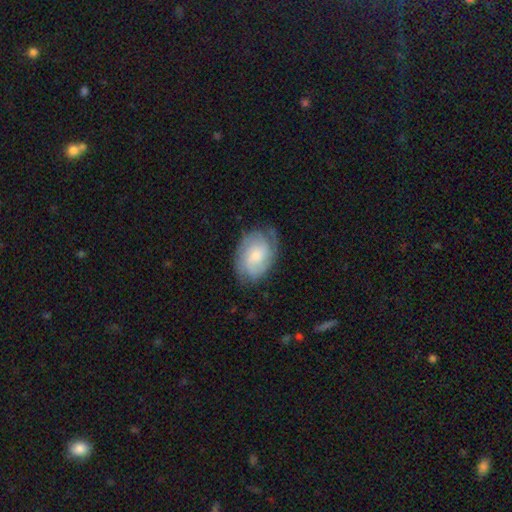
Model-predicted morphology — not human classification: type=featured or disk (65%); edge-on=no (97%); bar=no (69%); spiral arms=yes (91%); winding=tight (57%); arm count=2 (34%); bulge=moderate (46%); merging=none (71%).